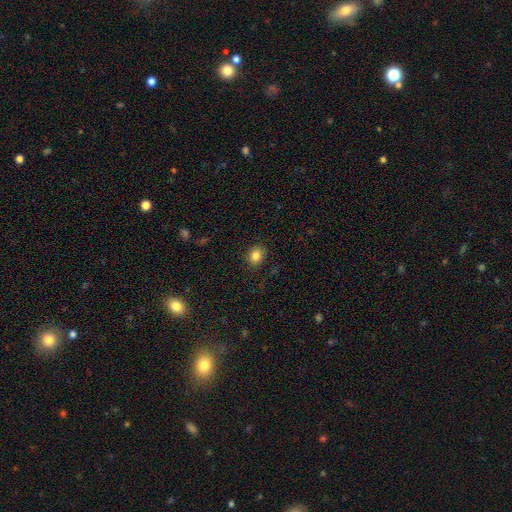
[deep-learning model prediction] Smooth or featured?
  - smooth: 84% *
  - star or artifact: 11%
  - featured or disk: 6%
How rounded?
  - round: 63% *
  - in between: 36%
  - cigar-shaped: 1%
Merging?
  - none: 88% *
  - minor disturbance: 9%
  - major disturbance: 2%
  - merger: 1%